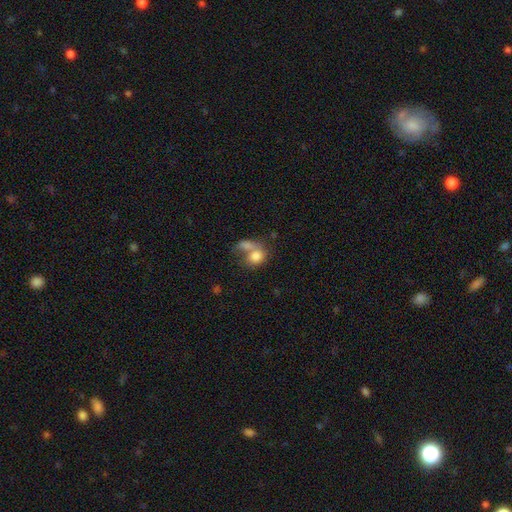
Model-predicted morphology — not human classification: type=smooth (77%); roundness=in between (51%); merging=merger (57%).